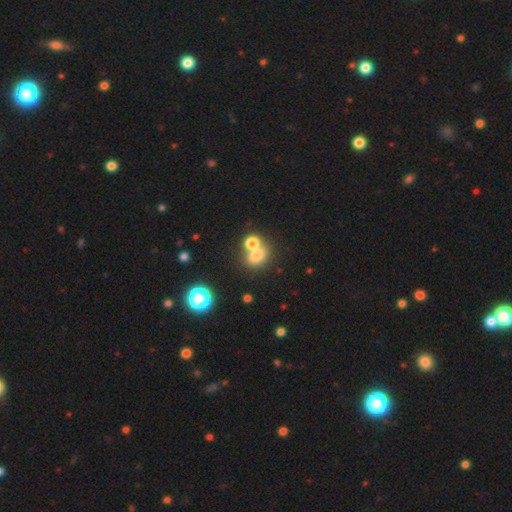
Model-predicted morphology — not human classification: A smooth galaxy with no disk features (72%) that is in between round and cigar-shaped (57%).

Vote fractions:
- Smooth or featured? smooth: 72% / star or artifact: 17% / featured or disk: 11%
- How rounded? in between: 57% / round: 41% / cigar-shaped: 2%
- Merging? merger: 44% / none: 43% / minor disturbance: 9% / major disturbance: 5%